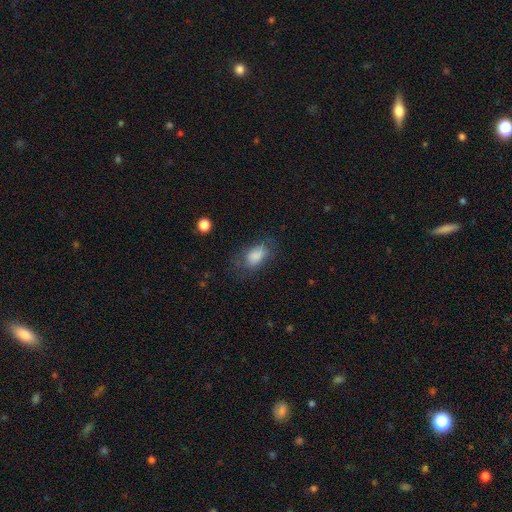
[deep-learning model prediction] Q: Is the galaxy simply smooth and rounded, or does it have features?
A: smooth — 82%.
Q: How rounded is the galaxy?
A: in between — 90%.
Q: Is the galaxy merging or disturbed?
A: none — 62%.